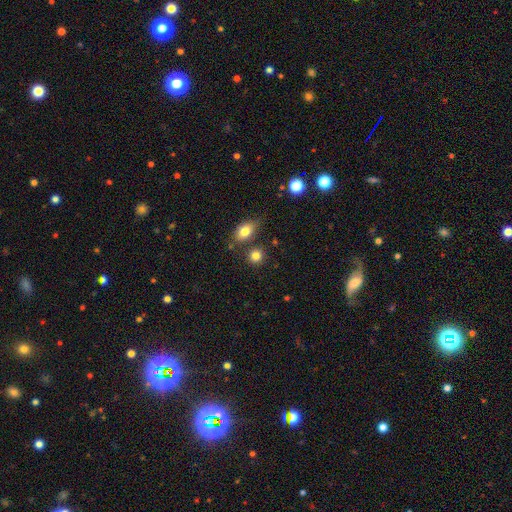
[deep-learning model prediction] The model was most divided on "how rounded": round: 75%, in between: 23%, cigar-shaped: 2%. More confident: smooth or featured — smooth (83%); merging — none (75%).